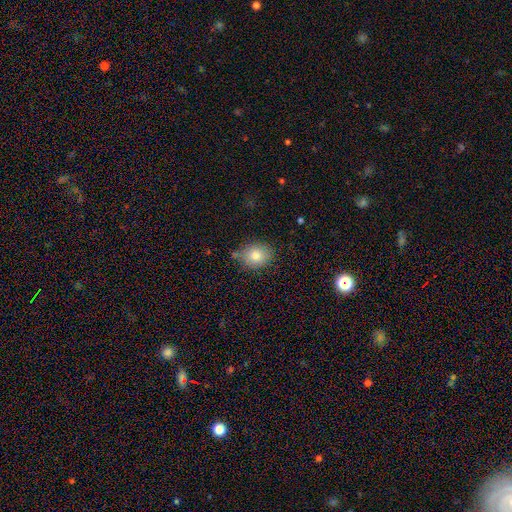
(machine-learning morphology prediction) Smooth or featured?
  - smooth: 82% *
  - featured or disk: 9%
  - star or artifact: 9%
How rounded?
  - in between: 54% *
  - round: 45%
  - cigar-shaped: 1%
Merging?
  - none: 76% *
  - minor disturbance: 18%
  - major disturbance: 3%
  - merger: 3%